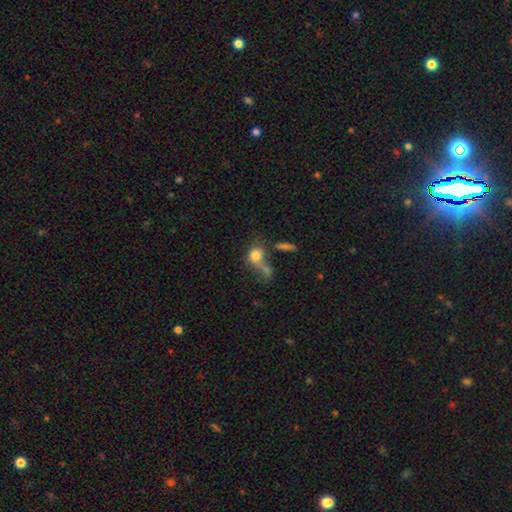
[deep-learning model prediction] Q: Smooth or featured?
A: smooth (75%); runner-up: featured or disk (15%)
Q: How rounded?
A: round (51%); runner-up: in between (46%)
Q: Merging?
A: merger (43%); runner-up: none (27%)